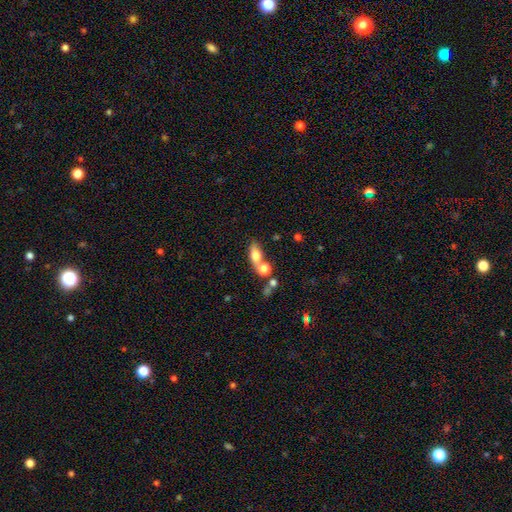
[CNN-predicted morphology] This appears to be a smooth galaxy with no disk features (72%) that is in between round and cigar-shaped (68%). Merging: none (41%).